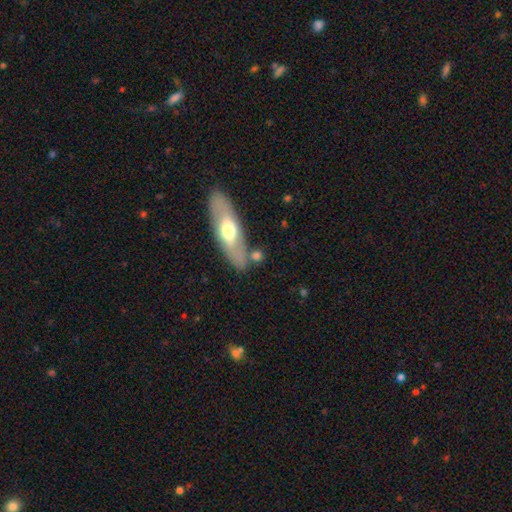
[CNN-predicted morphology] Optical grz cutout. It shows a smooth galaxy with no disk features (57%) that is in between round and cigar-shaped (46%). Merging: none (73%).